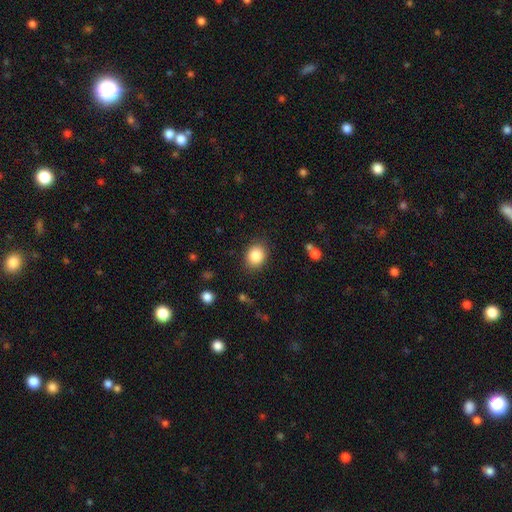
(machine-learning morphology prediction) smooth 86%, star or artifact 9%, featured or disk 5%. Down the decision tree: how rounded — round (54%); merging — none (86%).